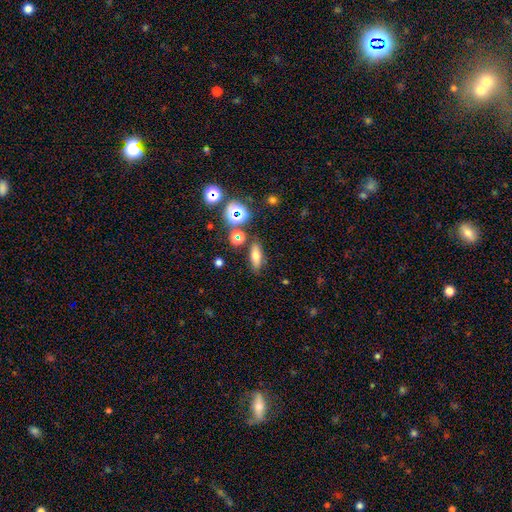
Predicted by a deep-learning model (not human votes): smooth-or-featured: smooth: 64% | featured or disk: 19% | star or artifact: 17%
  how-rounded: in between: 59% | cigar-shaped: 31% | round: 9%
  merging: none: 81% | minor disturbance: 10% | merger: 5% | major disturbance: 4%